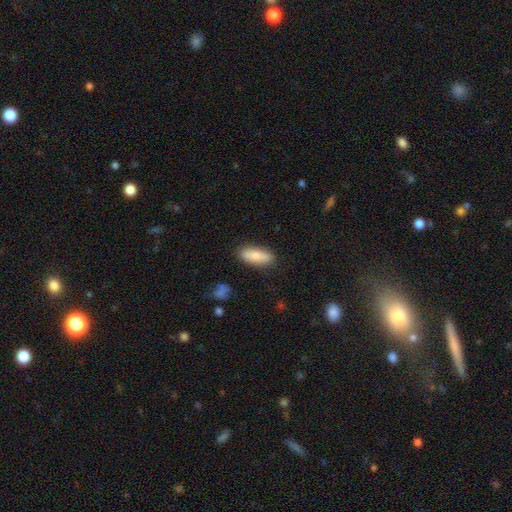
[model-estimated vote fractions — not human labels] smooth-or-featured: smooth: 78% | featured or disk: 16% | star or artifact: 6%
  how-rounded: in between: 69% | cigar-shaped: 29% | round: 2%
  merging: none: 86% | minor disturbance: 10% | major disturbance: 2% | merger: 2%